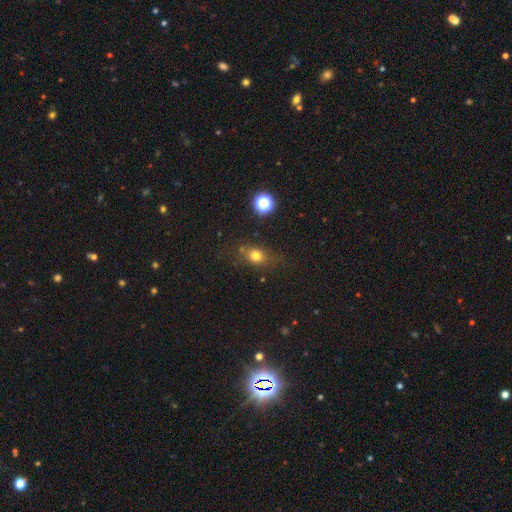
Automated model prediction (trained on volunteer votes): Q: Smooth or featured?
A: smooth (74%); runner-up: star or artifact (17%)
Q: How rounded?
A: round (54%); runner-up: in between (44%)
Q: Merging?
A: none (72%); runner-up: minor disturbance (17%)